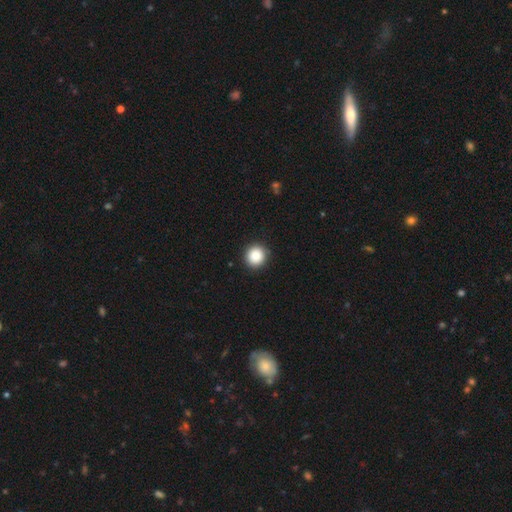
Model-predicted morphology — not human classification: This is clearly a smooth galaxy (85%). How rounded: clearly round (94%). Merging: clearly none (92%).